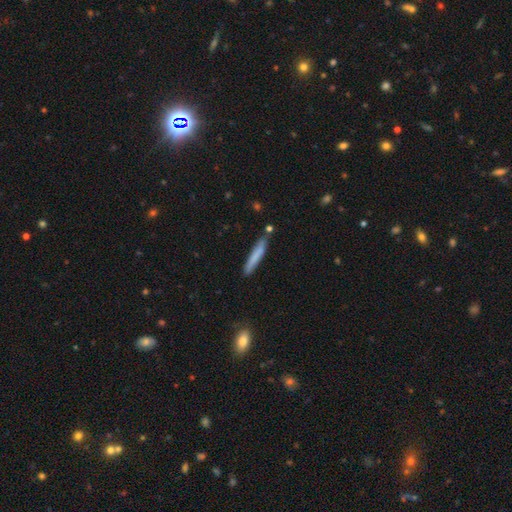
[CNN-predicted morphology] This appears to be a smooth galaxy with no disk features (75%) that is cigar-shaped (93%). Merging: none (81%).